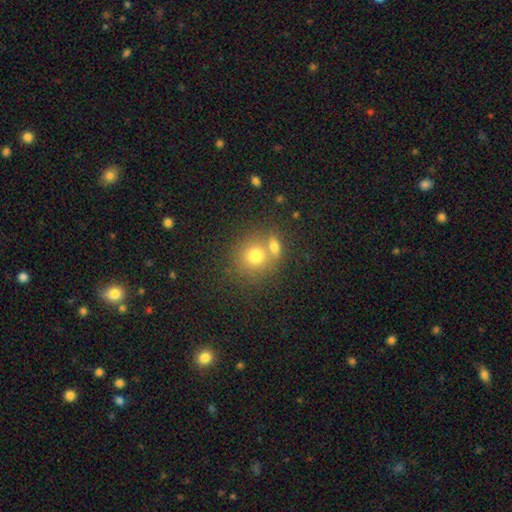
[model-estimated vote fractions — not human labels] The model was most divided on "merging": none: 45%, merger: 43%, minor disturbance: 9%, major disturbance: 4%. More confident: how rounded — round (79%); smooth or featured — smooth (74%).